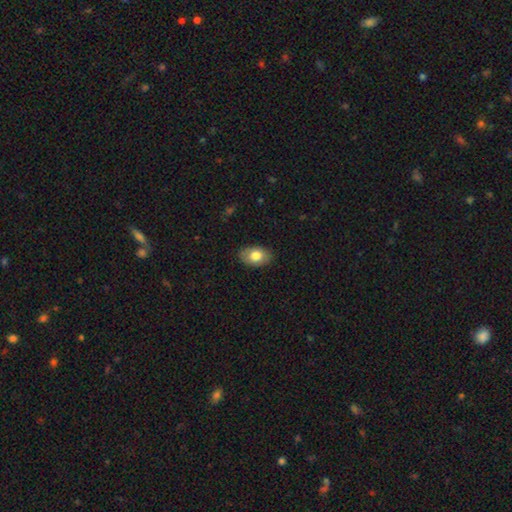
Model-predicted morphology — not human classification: The model was most divided on "smooth or featured": smooth: 79%, featured or disk: 14%, star or artifact: 7%. More confident: how rounded — in between (88%); merging — none (86%).